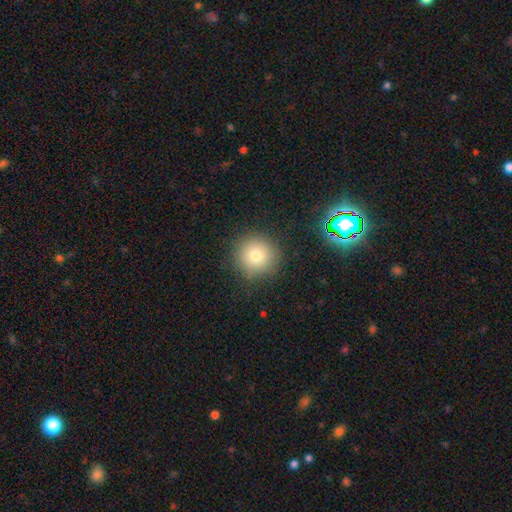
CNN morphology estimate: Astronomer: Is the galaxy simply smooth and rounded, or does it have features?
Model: smooth — 76%.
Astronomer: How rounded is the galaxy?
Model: round — 95%.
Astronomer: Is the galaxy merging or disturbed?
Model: none — 88%.